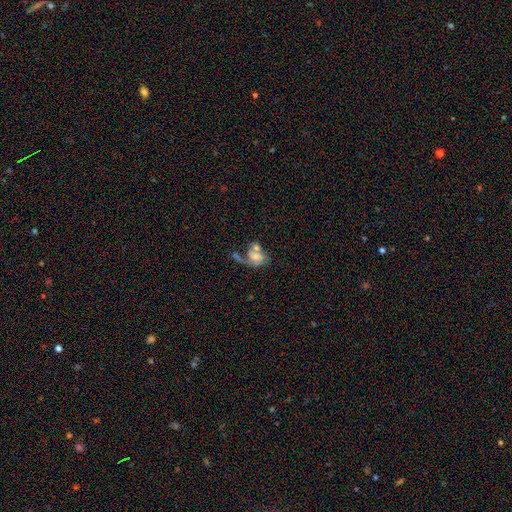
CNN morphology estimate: This appears to be a featured or disk galaxy (55%) with no bar (63%), spiral arms (72%) and a moderate central bulge (29%). Merging: merger (43%).